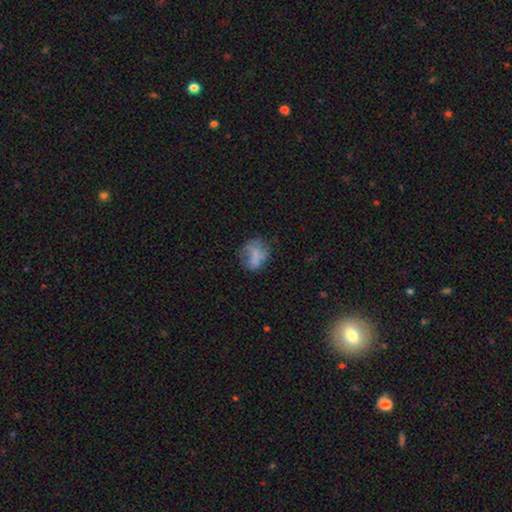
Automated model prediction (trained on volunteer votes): smooth-or-featured: smooth: 67% | featured or disk: 21% | star or artifact: 12%
  how-rounded: round: 57% | in between: 42% | cigar-shaped: 2%
  merging: none: 49% | minor disturbance: 27% | major disturbance: 20% | merger: 4%